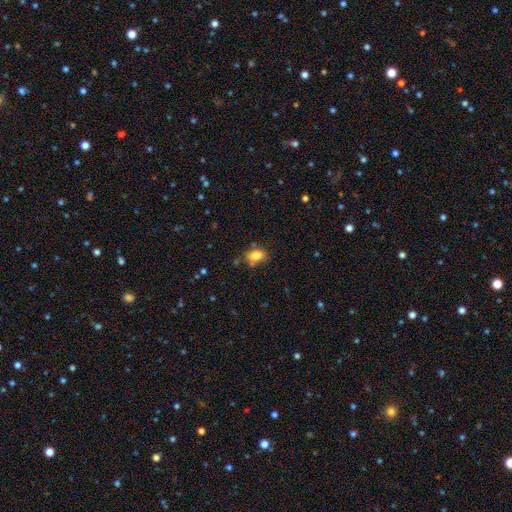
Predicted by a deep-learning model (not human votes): Smooth or featured? smooth (82%)
How rounded? in between (76%)
Merging? none (65%)